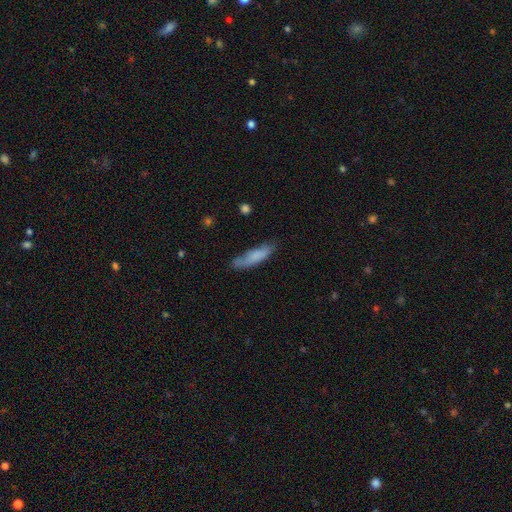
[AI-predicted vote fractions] This is likely a smooth galaxy (76%). How rounded: likely cigar-shaped (70%). Merging: likely none (67%).